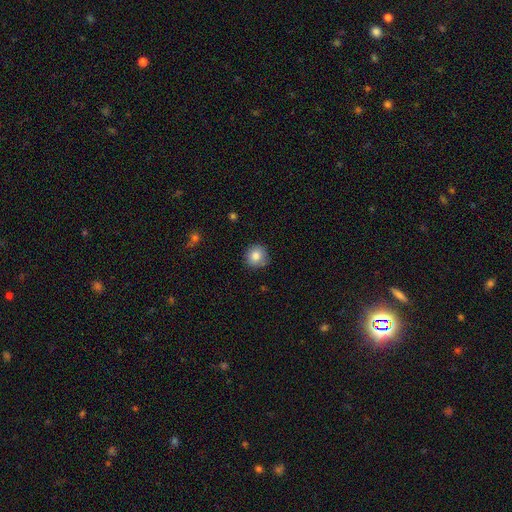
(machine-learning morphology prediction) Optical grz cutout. It shows a smooth galaxy with no disk features (82%) that is round (93%). Merging: none (85%).